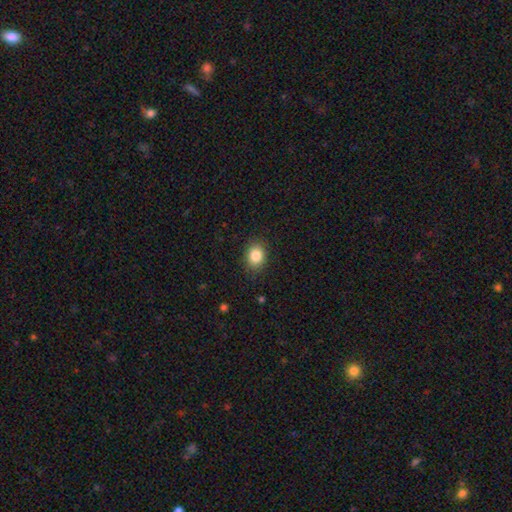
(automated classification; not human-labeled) Smooth or featured? smooth (85%)
How rounded? in between (51%)
Merging? none (88%)